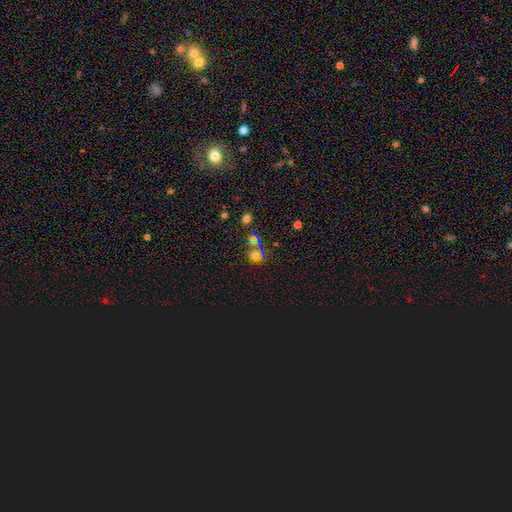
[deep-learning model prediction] smooth-or-featured: star or artifact: 49% | smooth: 42% | featured or disk: 9%